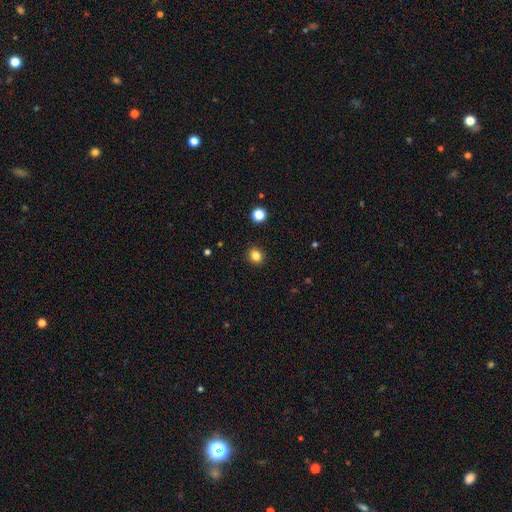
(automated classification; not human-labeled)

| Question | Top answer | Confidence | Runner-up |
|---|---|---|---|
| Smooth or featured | smooth | 83% | star or artifact (12%) |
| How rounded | round | 73% | in between (26%) |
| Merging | none | 91% | minor disturbance (6%) |